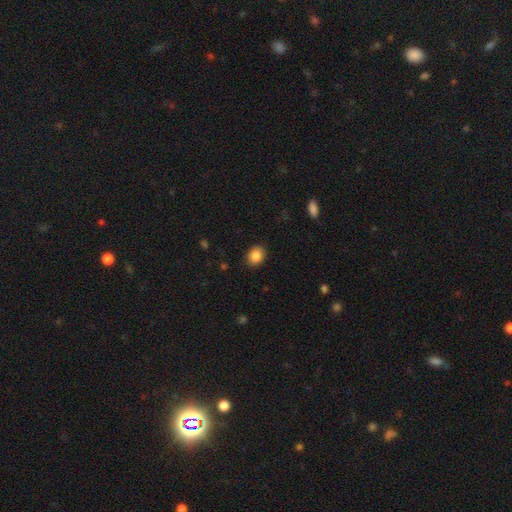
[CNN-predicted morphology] Smooth or featured?
  - smooth: 86% *
  - star or artifact: 9%
  - featured or disk: 5%
How rounded?
  - round: 53% *
  - in between: 46%
  - cigar-shaped: 1%
Merging?
  - none: 90% *
  - minor disturbance: 7%
  - major disturbance: 2%
  - merger: 1%